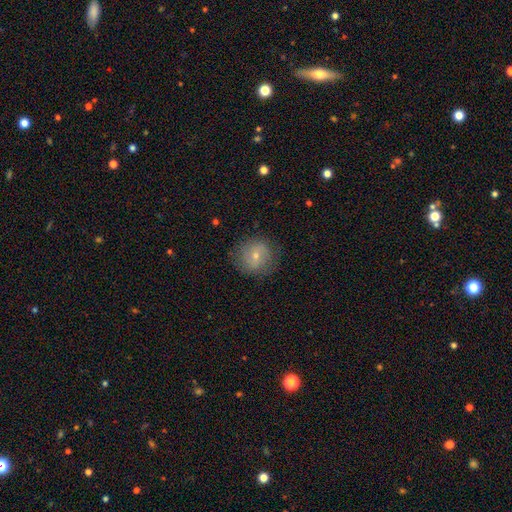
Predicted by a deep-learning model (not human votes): This is possibly a smooth galaxy (47%). Merging: clearly none (82%).